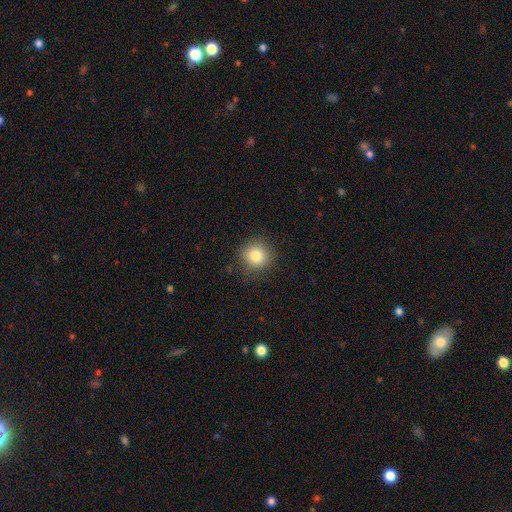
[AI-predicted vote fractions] Smooth or featured? Predicted: smooth (p=0.82). How rounded? Predicted: round (p=0.90). Merging? Predicted: none (p=0.86).